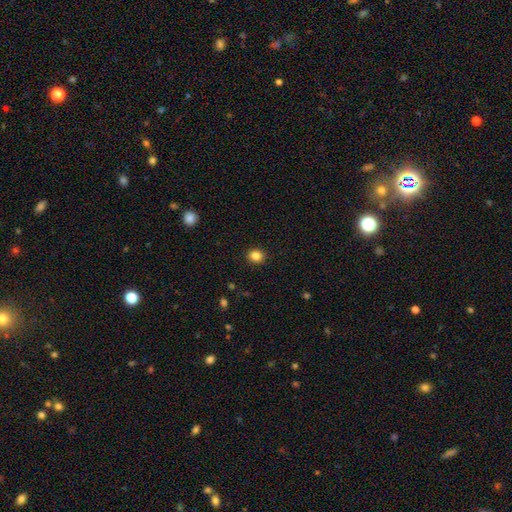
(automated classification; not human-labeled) Q: Smooth or featured?
A: smooth (85%); runner-up: star or artifact (11%)
Q: How rounded?
A: round (76%); runner-up: in between (23%)
Q: Merging?
A: none (91%); runner-up: minor disturbance (6%)